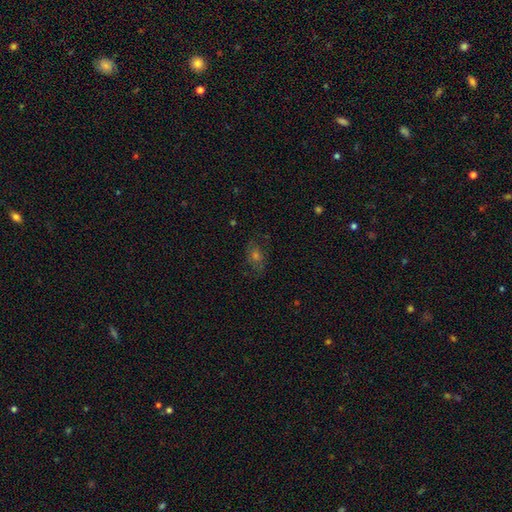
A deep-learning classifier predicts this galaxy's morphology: Smooth or featured? Predicted: featured or disk (p=0.37). Merging? Predicted: none (p=0.74).